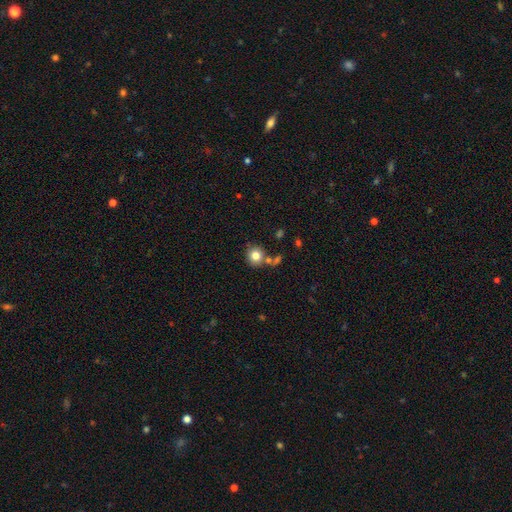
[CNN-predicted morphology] The model was most divided on "merging": none: 68%, merger: 16%, minor disturbance: 12%, major disturbance: 4%. More confident: how rounded — round (89%); smooth or featured — smooth (80%).